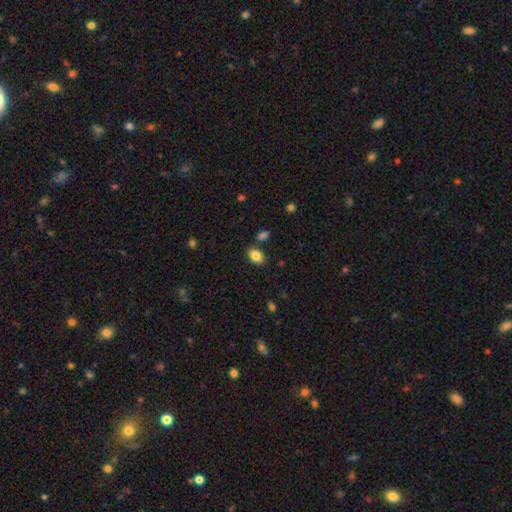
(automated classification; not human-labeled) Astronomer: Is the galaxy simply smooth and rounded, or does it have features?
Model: smooth — 85%.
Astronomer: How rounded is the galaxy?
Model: in between — 88%.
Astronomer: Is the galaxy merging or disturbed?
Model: none — 80%.